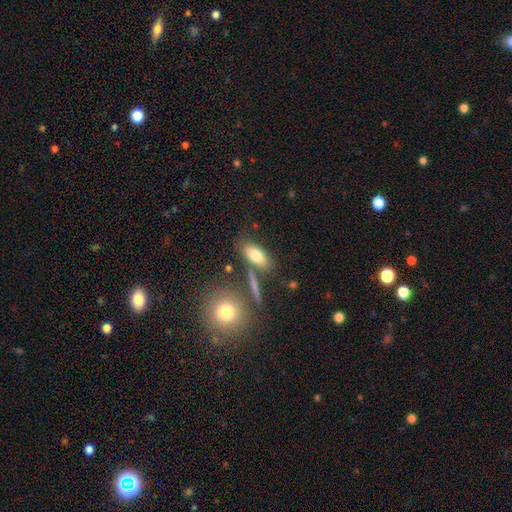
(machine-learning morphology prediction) smooth 77%, featured or disk 14%, star or artifact 9%. Down the decision tree: how rounded — in between (81%); merging — none (71%).